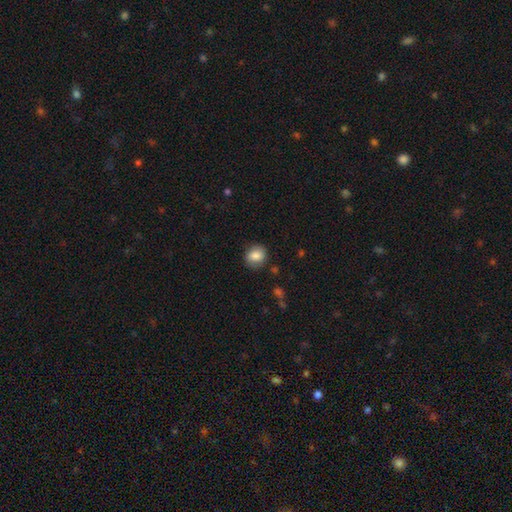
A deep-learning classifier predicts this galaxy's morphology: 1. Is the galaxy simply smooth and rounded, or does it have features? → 83% smooth, 9% star or artifact, 9% featured or disk.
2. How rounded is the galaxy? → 70% round, 29% in between, 1% cigar-shaped.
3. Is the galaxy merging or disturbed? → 83% none, 12% minor disturbance, 3% major disturbance, 2% merger.